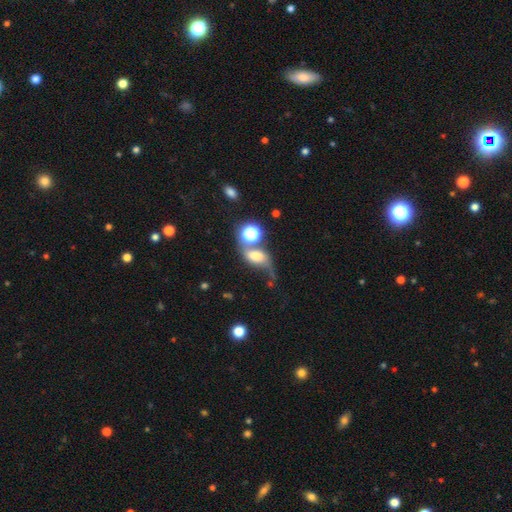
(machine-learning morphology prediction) This is possibly a smooth galaxy (51%). How rounded: likely in between (70%). Merging: marginally merger (32%).